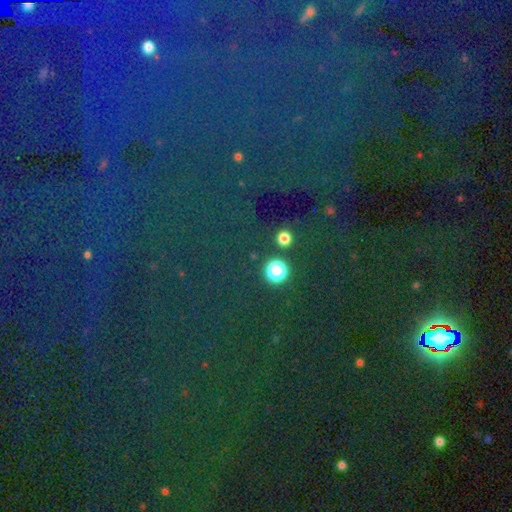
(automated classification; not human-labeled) Overall: star or artifact (79%).